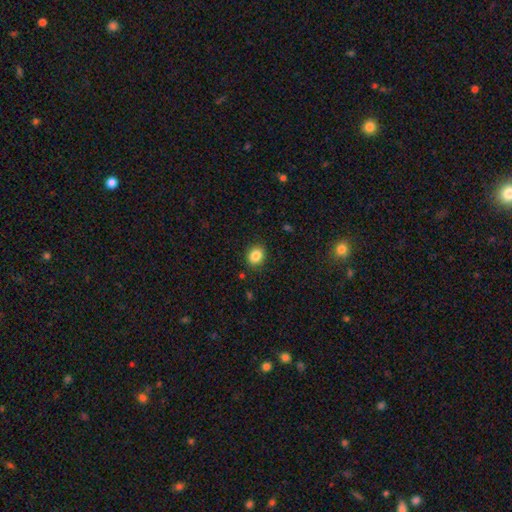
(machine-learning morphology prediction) Q: Smooth or featured?
A: smooth (86%); runner-up: star or artifact (9%)
Q: How rounded?
A: round (51%); runner-up: in between (48%)
Q: Merging?
A: none (87%); runner-up: minor disturbance (10%)